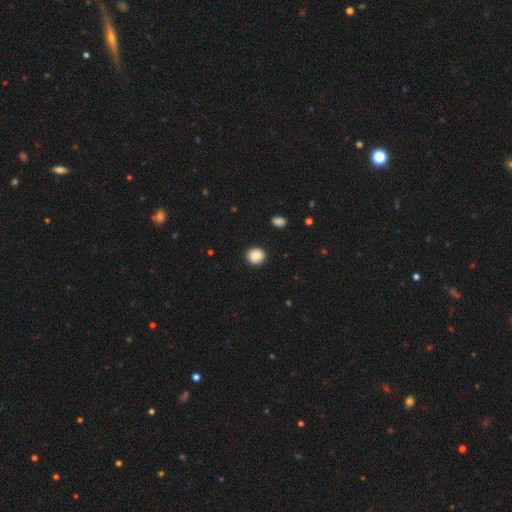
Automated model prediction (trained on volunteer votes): This appears to be a smooth galaxy with no disk features (89%) that is round (78%). Merging: none (91%).